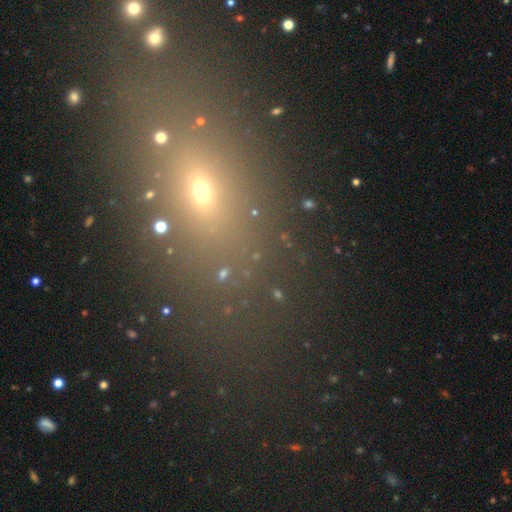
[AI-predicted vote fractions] smooth_or_featured: star or artifact (p=0.49) [alt: smooth p=0.39]